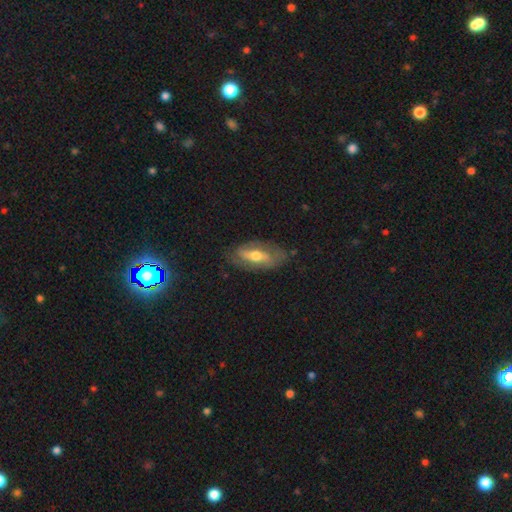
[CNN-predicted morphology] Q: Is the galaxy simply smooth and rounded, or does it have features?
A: featured or disk — 61%.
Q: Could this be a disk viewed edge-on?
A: no — 79%.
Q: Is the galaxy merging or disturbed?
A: none — 69%.